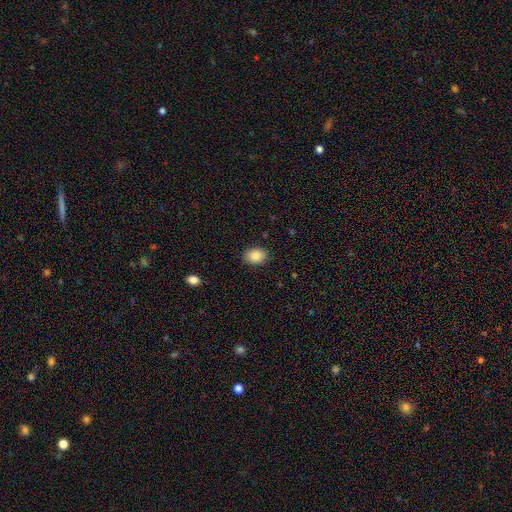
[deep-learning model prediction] Smooth or featured: smooth — 87% (star or artifact — 8%)
How rounded: in between — 70% (round — 29%)
Merging: none — 88% (minor disturbance — 9%)